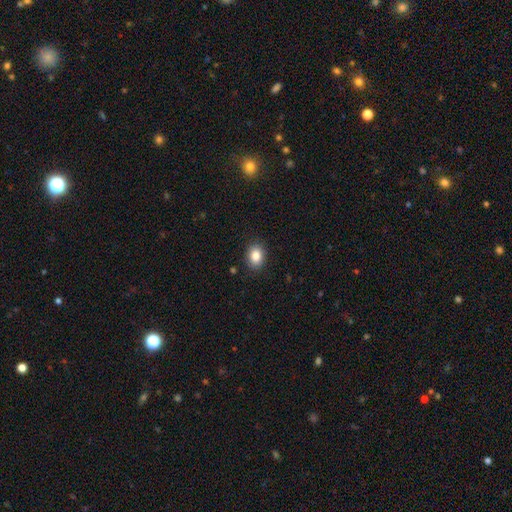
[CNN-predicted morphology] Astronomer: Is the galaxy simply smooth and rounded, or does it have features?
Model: smooth — 84%.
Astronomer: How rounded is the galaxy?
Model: in between — 60% (runner-up: round, 39%).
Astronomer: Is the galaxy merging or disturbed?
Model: none — 88%.